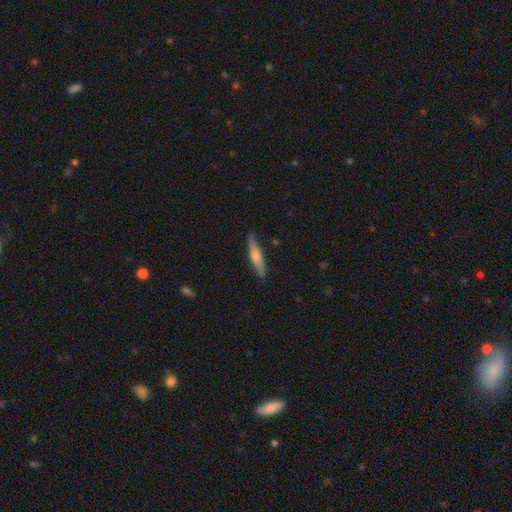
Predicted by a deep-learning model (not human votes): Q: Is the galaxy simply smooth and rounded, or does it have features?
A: smooth — 50%.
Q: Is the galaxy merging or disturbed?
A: none — 87%.